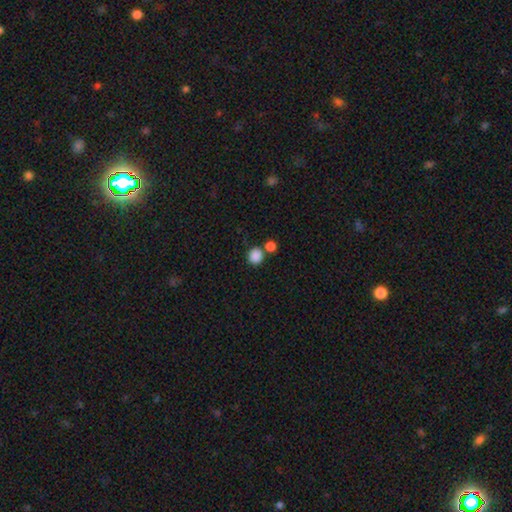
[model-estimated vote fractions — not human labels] This is clearly a smooth galaxy (87%). How rounded: clearly round (85%). Merging: likely none (66%).